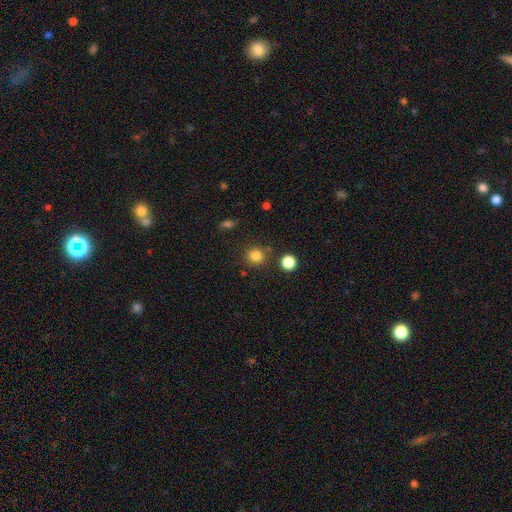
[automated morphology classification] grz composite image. It shows a smooth galaxy with no disk features (83%) that is round (88%). Merging: none (84%).